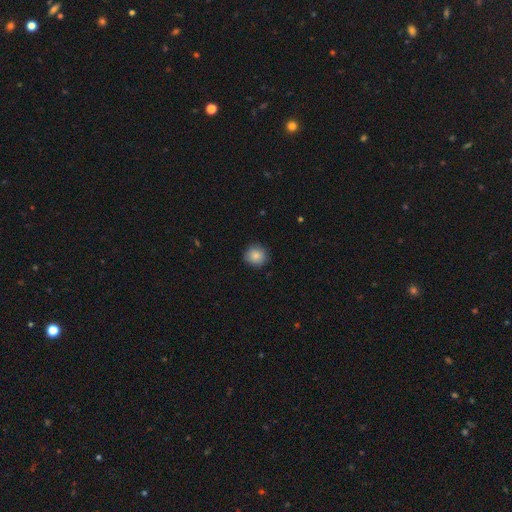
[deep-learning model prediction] Smooth or featured: smooth — 86% (star or artifact — 9%)
How rounded: round — 92% (in between — 7%)
Merging: none — 88% (minor disturbance — 9%)